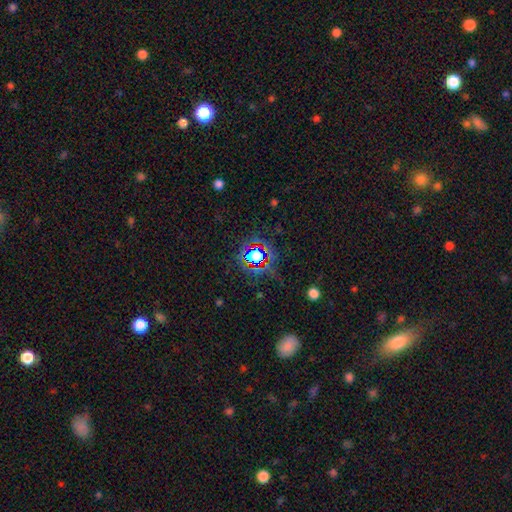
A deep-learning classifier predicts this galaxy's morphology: Smooth or featured: star or artifact — 64% (smooth — 24%)